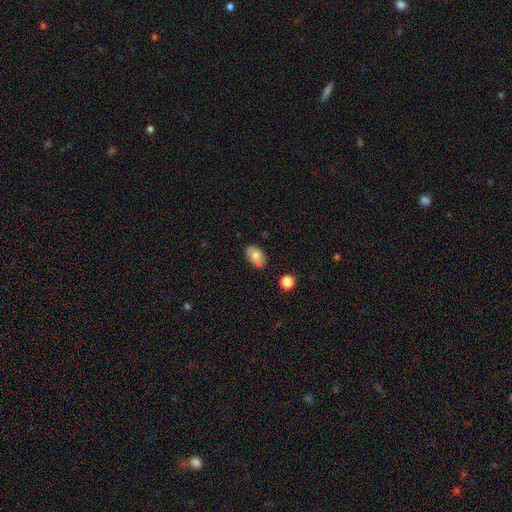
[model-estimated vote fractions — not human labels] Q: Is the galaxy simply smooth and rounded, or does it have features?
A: smooth — 76%.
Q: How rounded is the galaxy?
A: in between — 90%.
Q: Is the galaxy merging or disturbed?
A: none — 77%.